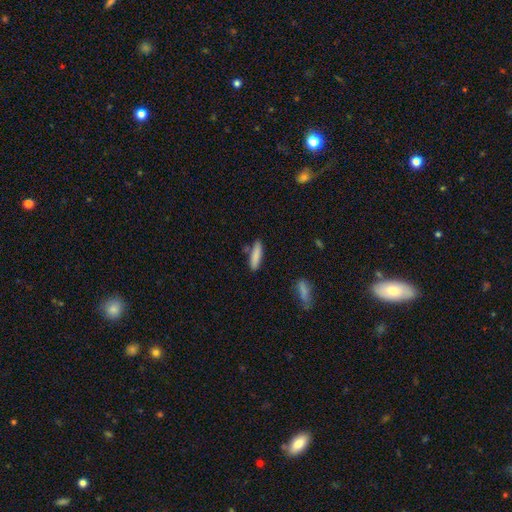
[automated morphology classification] Smooth or featured? smooth (85%)
How rounded? cigar-shaped (70%)
Merging? none (80%)